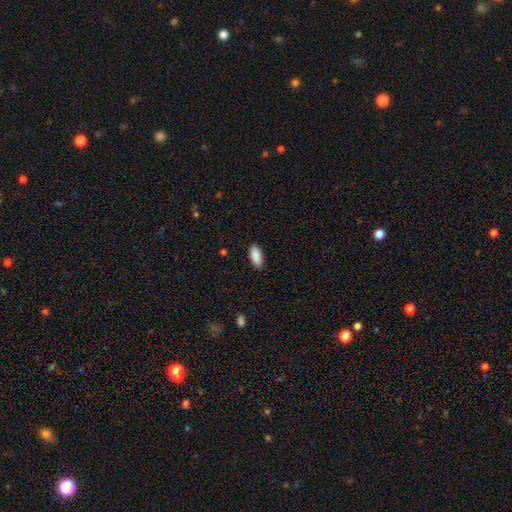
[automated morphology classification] A smooth galaxy with no disk features (90%) that is in between round and cigar-shaped (88%). Merging: none (88%).